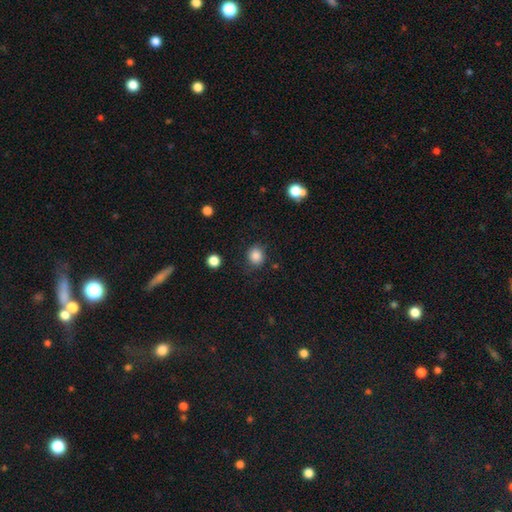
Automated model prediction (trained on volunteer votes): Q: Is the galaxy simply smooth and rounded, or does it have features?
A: smooth — 86%.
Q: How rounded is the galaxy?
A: round — 77%.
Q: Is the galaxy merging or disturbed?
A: none — 83%.